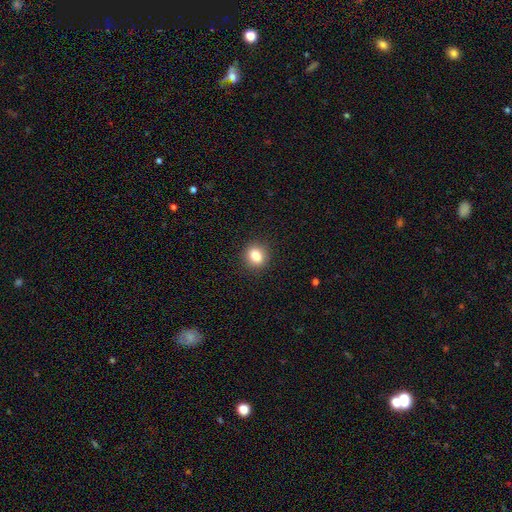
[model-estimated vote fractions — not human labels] Smooth or featured? Predicted: smooth (p=0.83). How rounded? Predicted: round (p=0.72). Merging? Predicted: none (p=0.91).